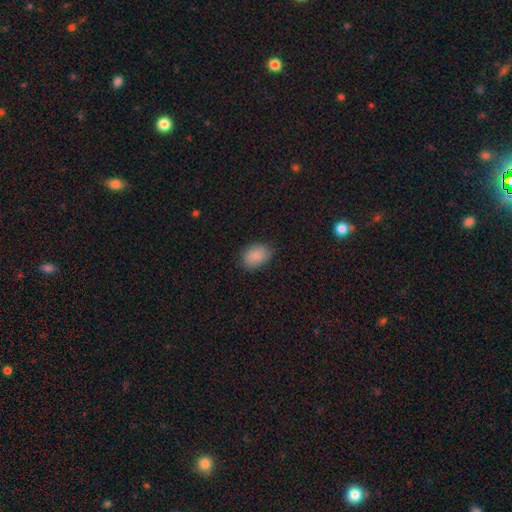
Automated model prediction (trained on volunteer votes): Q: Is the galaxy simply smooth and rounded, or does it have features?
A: smooth — 87%.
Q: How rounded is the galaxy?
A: in between — 79%.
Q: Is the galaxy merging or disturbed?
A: none — 79%.